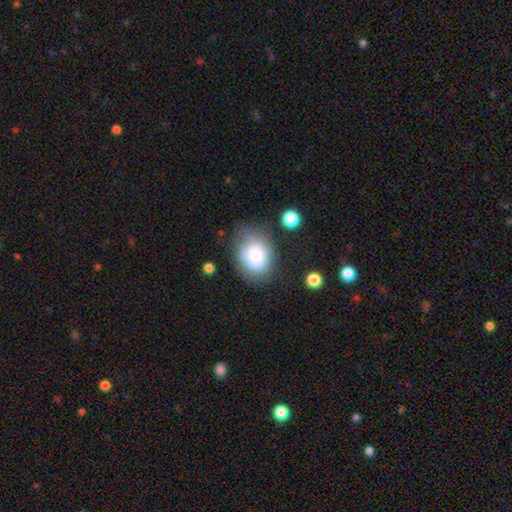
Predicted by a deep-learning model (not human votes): This appears to be a smooth galaxy with no disk features (76%) that is in between round and cigar-shaped (57%). Merging: none (60%).